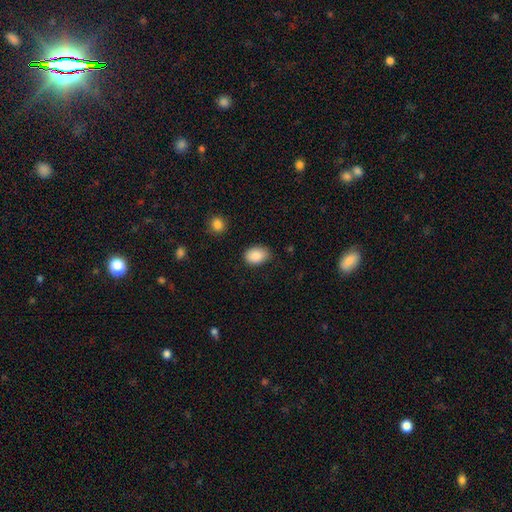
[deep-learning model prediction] This appears to be a smooth galaxy with no disk features (88%) that is in between round and cigar-shaped (79%). Merging: none (76%).